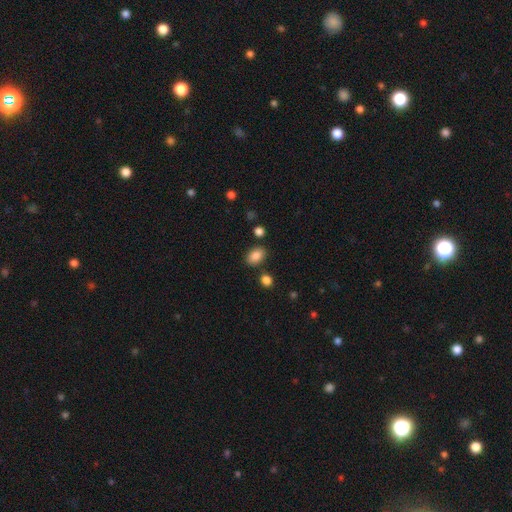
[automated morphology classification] Smooth or featured? smooth (86%)
How rounded? in between (82%)
Merging? none (82%)